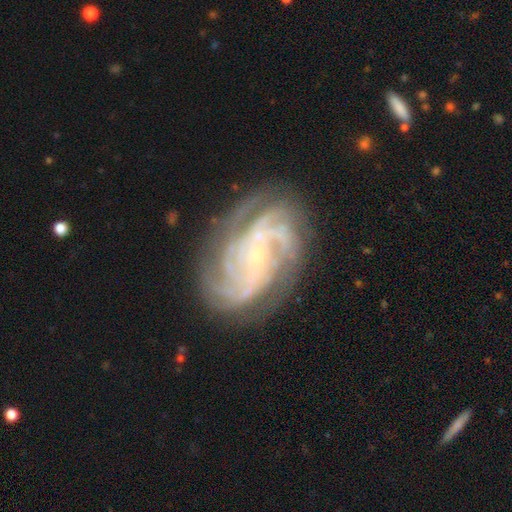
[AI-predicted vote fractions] Smooth or featured: featured or disk — 90% (star or artifact — 6%)
Edge-on disk: no — 97% (yes — 3%)
Bar: no — 60% (weak — 29%)
Spiral arms: yes — 98% (no — 2%)
Spiral winding: tight — 61% (medium — 33%)
Spiral arm count: 4 — 30% (3 — 21%)
Bulge size: small — 79% (moderate — 17%)
Merging: none — 76% (minor disturbance — 16%)